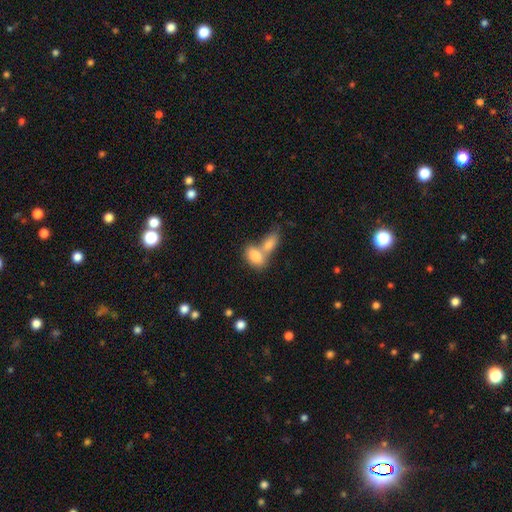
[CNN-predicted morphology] A smooth galaxy with no disk features (82%) that is in between round and cigar-shaped (90%).

Vote fractions:
- Smooth or featured? smooth: 82% / featured or disk: 11% / star or artifact: 7%
- How rounded? in between: 90% / round: 7% / cigar-shaped: 3%
- Merging? merger: 63% / none: 26% / minor disturbance: 7% / major disturbance: 3%